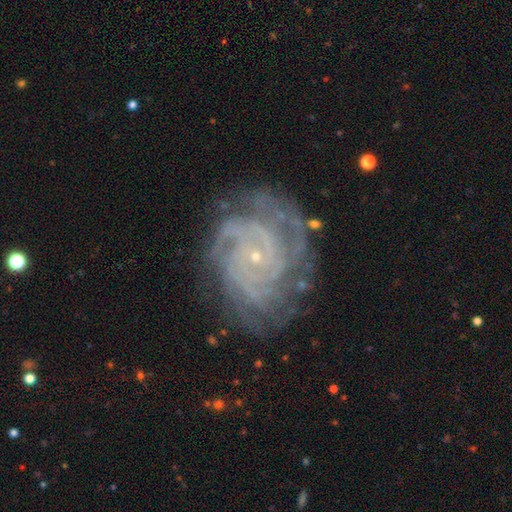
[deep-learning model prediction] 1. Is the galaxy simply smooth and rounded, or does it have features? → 89% featured or disk, 7% star or artifact, 5% smooth.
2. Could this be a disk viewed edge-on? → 98% no, 2% yes.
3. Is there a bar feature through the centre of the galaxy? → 76% no, 18% weak, 6% strong.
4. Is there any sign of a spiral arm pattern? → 98% yes, 2% no.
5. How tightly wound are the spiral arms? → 77% tight, 20% medium, 3% loose.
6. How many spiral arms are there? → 22% can't tell (tied), 22% 4 (tied), 19% 3, 17% 2, 12% more than 4, 8% 1.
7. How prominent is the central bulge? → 90% small, 6% moderate, 2% none, 1% large, 1% dominant.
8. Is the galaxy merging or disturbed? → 74% none, 17% minor disturbance, 7% major disturbance, 2% merger.